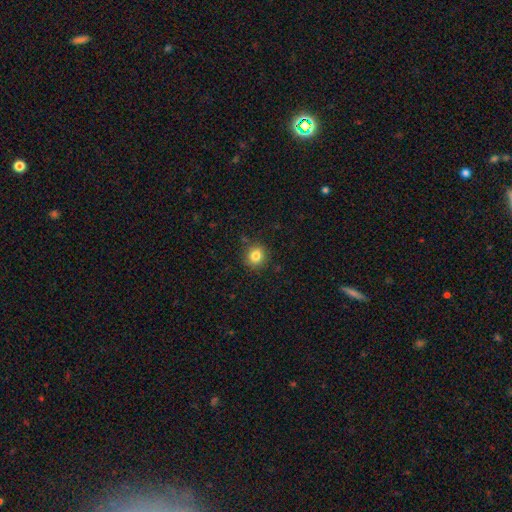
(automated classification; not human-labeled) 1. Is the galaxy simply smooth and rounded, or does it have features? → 83% smooth, 11% star or artifact, 6% featured or disk.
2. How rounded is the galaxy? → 83% round, 16% in between, 1% cigar-shaped.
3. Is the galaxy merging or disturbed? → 88% none, 8% minor disturbance, 2% major disturbance, 1% merger.